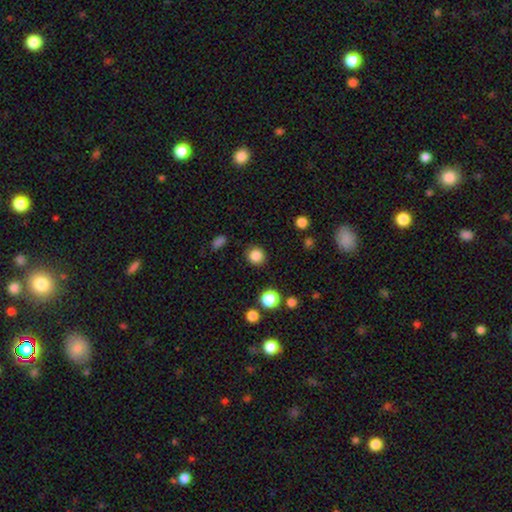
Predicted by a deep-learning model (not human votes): The model was most divided on "smooth or featured": smooth: 85%, star or artifact: 11%, featured or disk: 3%. More confident: how rounded — round (92%); merging — none (90%).